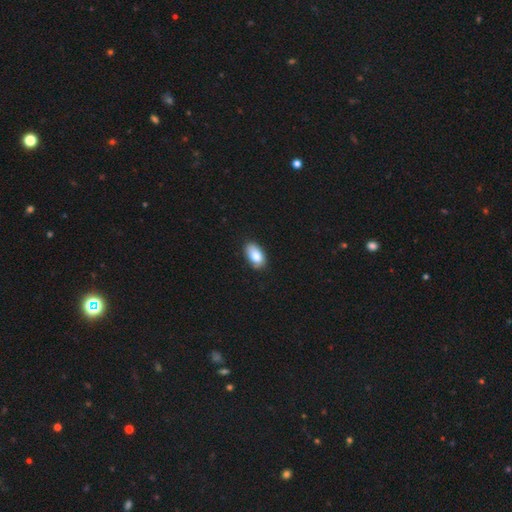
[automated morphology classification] Q: Smooth or featured?
A: smooth (85%); runner-up: featured or disk (8%)
Q: How rounded?
A: in between (93%); runner-up: round (5%)
Q: Merging?
A: none (79%); runner-up: minor disturbance (17%)